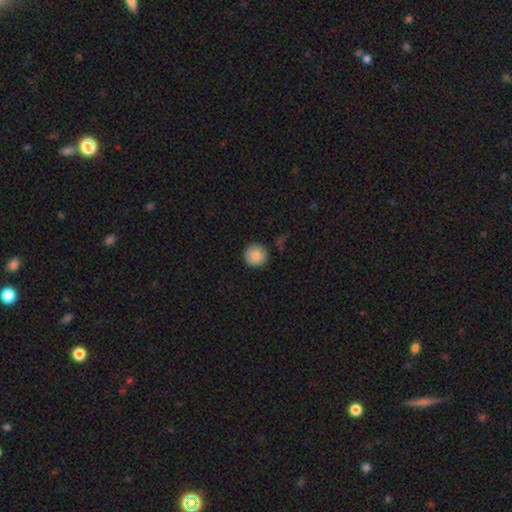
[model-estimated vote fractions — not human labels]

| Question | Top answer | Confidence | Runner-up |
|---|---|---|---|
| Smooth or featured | smooth | 85% | star or artifact (8%) |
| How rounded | round | 95% | in between (4%) |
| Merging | none | 88% | minor disturbance (8%) |